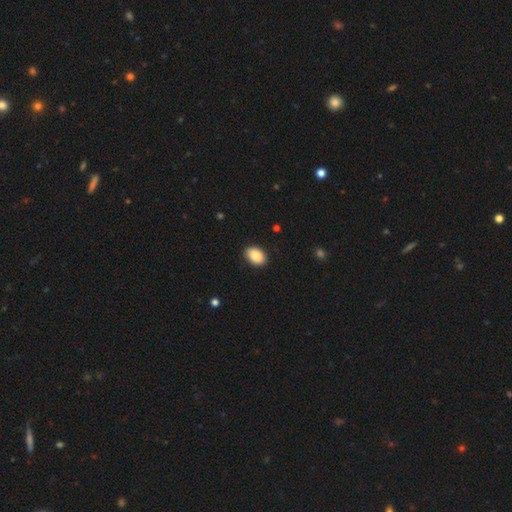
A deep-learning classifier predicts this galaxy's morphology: This appears to be a smooth galaxy with no disk features (88%) that is in between round and cigar-shaped (87%). Merging: none (88%).